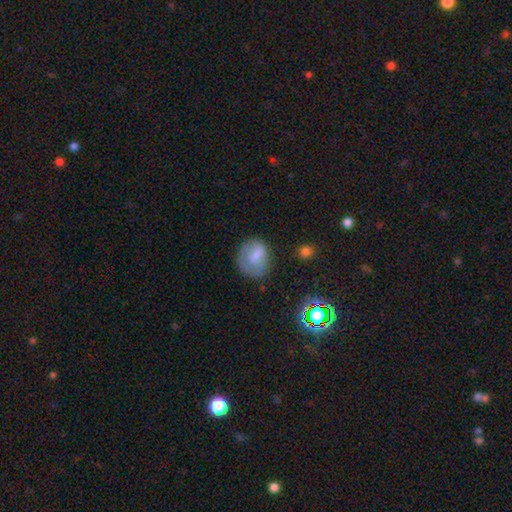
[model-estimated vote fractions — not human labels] Smooth or featured: smooth — 69% (featured or disk — 22%)
How rounded: round — 57% (in between — 41%)
Merging: none — 54% (minor disturbance — 27%)